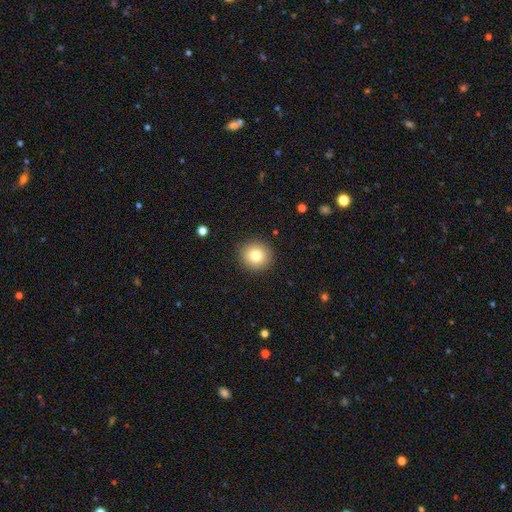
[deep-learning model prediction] A smooth galaxy with no disk features (80%) that is round (91%). Merging: none (91%).